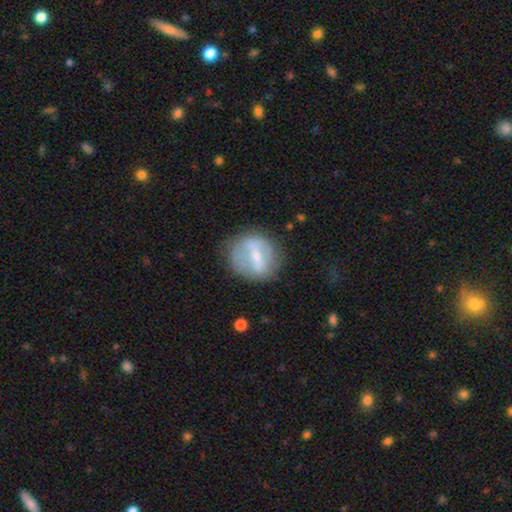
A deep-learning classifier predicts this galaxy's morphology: Smooth or featured? Predicted: featured or disk (p=0.58). Edge-on disk? Predicted: no (p=0.91). Bar? Predicted: strong (p=0.54). Spiral arms? Predicted: no (p=0.74). Bulge size? Predicted: small (p=0.52). Merging? Predicted: none (p=0.70).